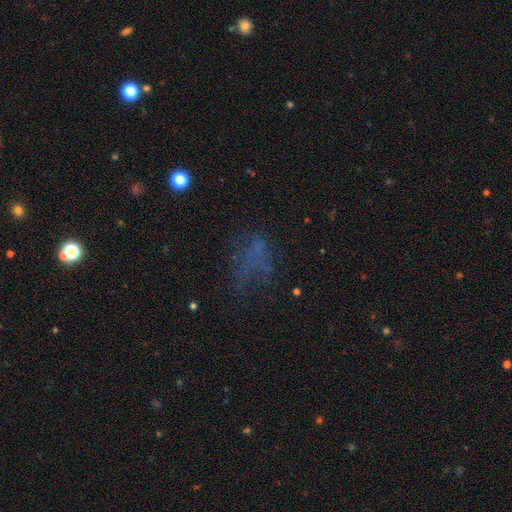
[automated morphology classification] type=smooth (39%); merging=none (45%).